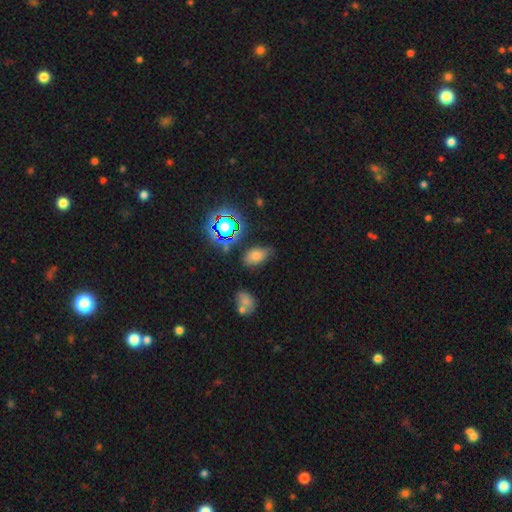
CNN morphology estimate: smooth 65%, star or artifact 24%, featured or disk 11%. Down the decision tree: how rounded — in between (89%); merging — none (73%).